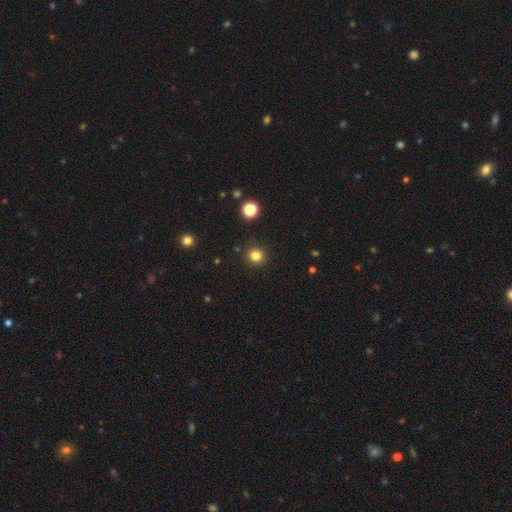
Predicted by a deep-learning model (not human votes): The model was most divided on "smooth or featured": smooth: 83%, star or artifact: 13%, featured or disk: 4%. More confident: how rounded — round (93%); merging — none (91%).